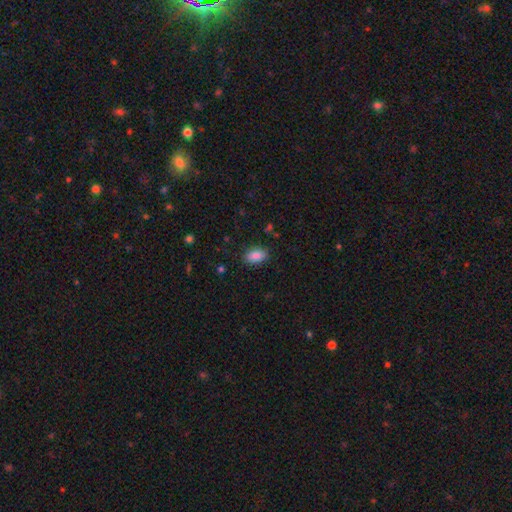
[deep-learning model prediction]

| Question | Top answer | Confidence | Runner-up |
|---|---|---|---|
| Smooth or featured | smooth | 87% | star or artifact (8%) |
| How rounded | in between | 90% | round (8%) |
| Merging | none | 87% | minor disturbance (9%) |